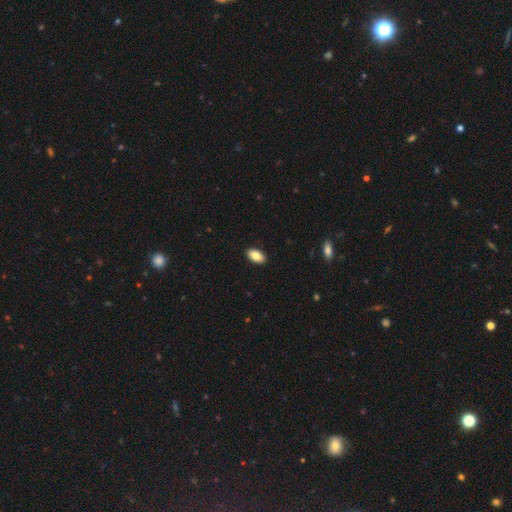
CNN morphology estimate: smooth_or_featured: smooth (p=0.85) [alt: featured or disk p=0.08]
how_rounded: in between (p=0.94) [alt: round p=0.03]
merging: none (p=0.91) [alt: minor disturbance p=0.07]